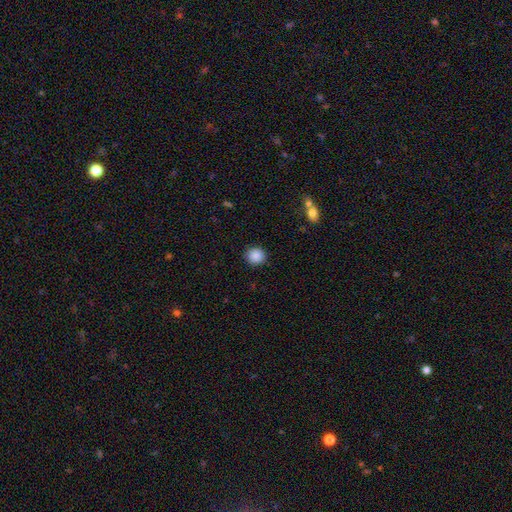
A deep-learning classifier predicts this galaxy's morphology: Q: Smooth or featured?
A: smooth (88%); runner-up: star or artifact (9%)
Q: How rounded?
A: round (89%); runner-up: in between (10%)
Q: Merging?
A: none (90%); runner-up: minor disturbance (7%)